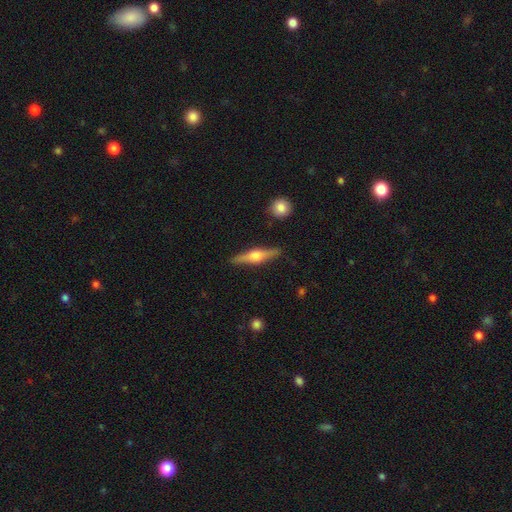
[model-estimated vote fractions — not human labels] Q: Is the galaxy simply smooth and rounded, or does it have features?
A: featured or disk — 69%.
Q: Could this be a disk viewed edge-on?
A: yes — 97%.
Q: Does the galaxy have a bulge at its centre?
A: rounded — 92%.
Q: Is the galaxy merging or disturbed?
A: none — 88%.